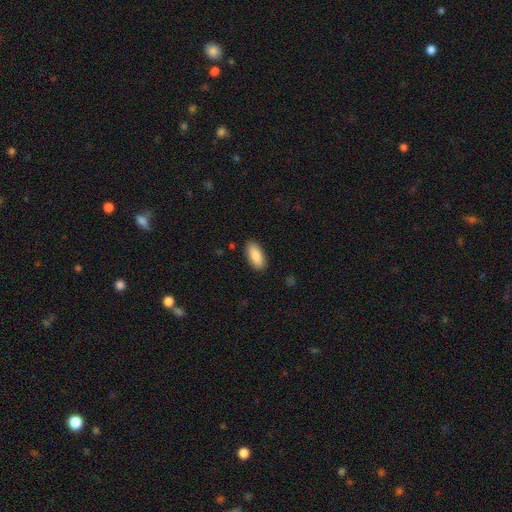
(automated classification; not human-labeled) Smooth or featured? smooth (87%)
How rounded? in between (89%)
Merging? none (88%)